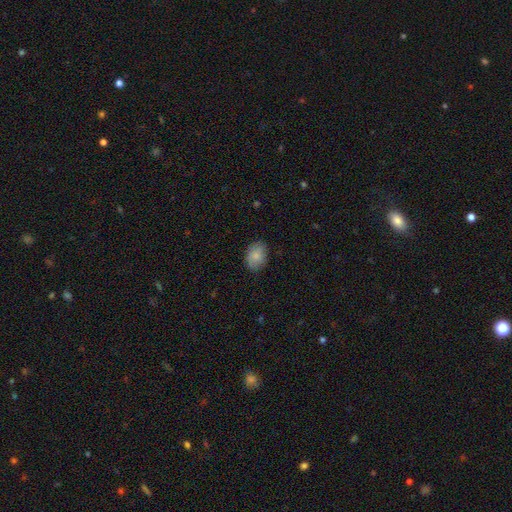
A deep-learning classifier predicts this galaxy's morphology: A smooth galaxy with no disk features (85%) that is in between round and cigar-shaped (72%).

Vote fractions:
- Smooth or featured? smooth: 85% / featured or disk: 8% / star or artifact: 7%
- How rounded? in between: 72% / round: 27% / cigar-shaped: 1%
- Merging? none: 82% / minor disturbance: 14% / major disturbance: 3% / merger: 1%